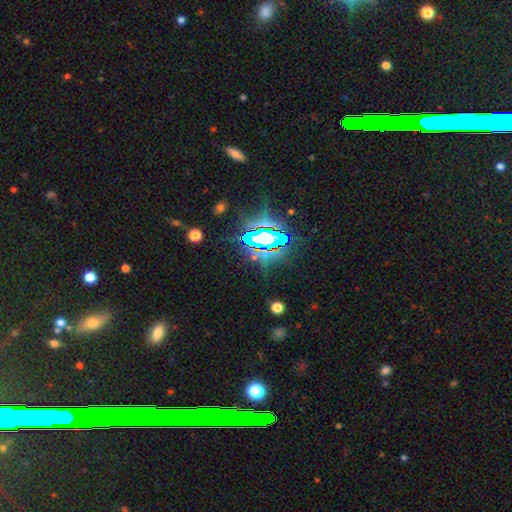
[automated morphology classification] type=star or artifact (74%).